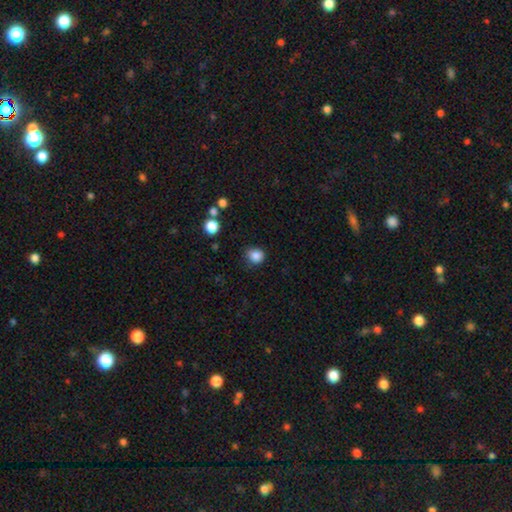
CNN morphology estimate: Smooth or featured: smooth — 85% (star or artifact — 11%)
How rounded: round — 79% (in between — 20%)
Merging: none — 79% (minor disturbance — 16%)